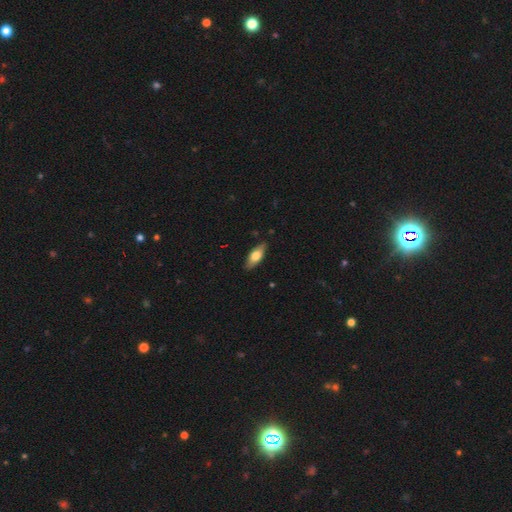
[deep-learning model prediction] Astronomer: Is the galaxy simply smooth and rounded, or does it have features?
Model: smooth — 66%.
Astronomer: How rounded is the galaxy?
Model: in between — 71%.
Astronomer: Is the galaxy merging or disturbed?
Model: none — 87%.